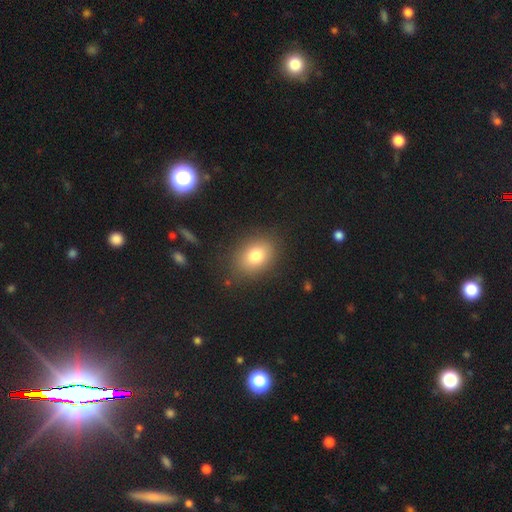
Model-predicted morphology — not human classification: A smooth galaxy with no disk features (79%) that is in between round and cigar-shaped (62%). Merging: none (84%).